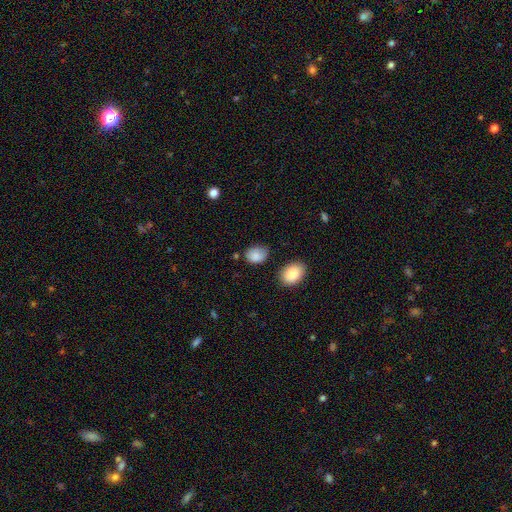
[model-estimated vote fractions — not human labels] smooth_or_featured: smooth (p=0.85) [alt: star or artifact p=0.08]
how_rounded: in between (p=0.66) [alt: round p=0.33]
merging: none (p=0.63) [alt: minor disturbance p=0.27]